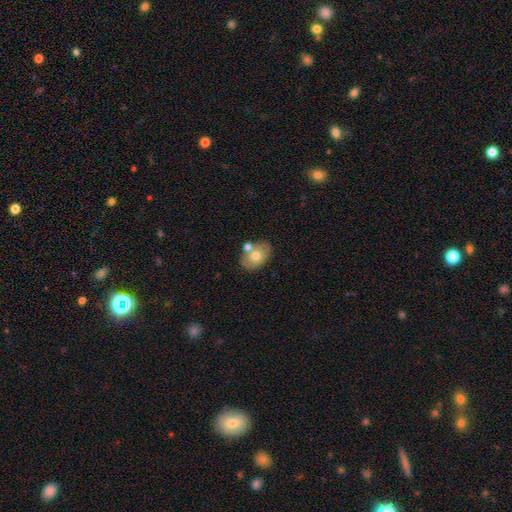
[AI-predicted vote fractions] Overall: smooth (65%; featured or disk 28%). How rounded: in between (76%). Merging: none (59%; merger 22%).